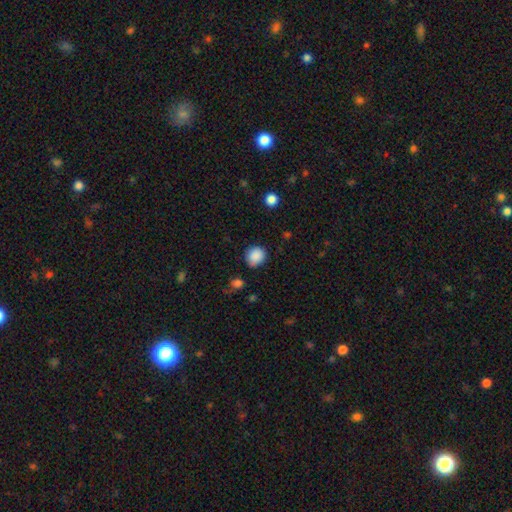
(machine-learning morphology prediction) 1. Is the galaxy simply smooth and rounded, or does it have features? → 87% smooth, 9% star or artifact, 4% featured or disk.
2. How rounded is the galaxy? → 85% round, 14% in between, 1% cigar-shaped.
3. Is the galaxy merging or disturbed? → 80% none, 14% minor disturbance, 3% major disturbance, 2% merger.